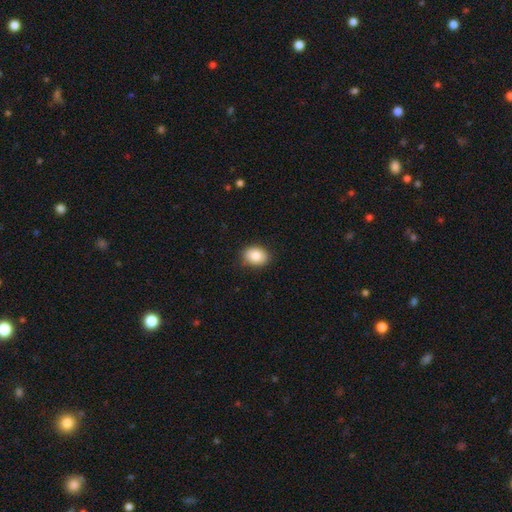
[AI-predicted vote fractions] Smooth or featured? smooth (84%)
How rounded? in between (68%)
Merging? none (86%)